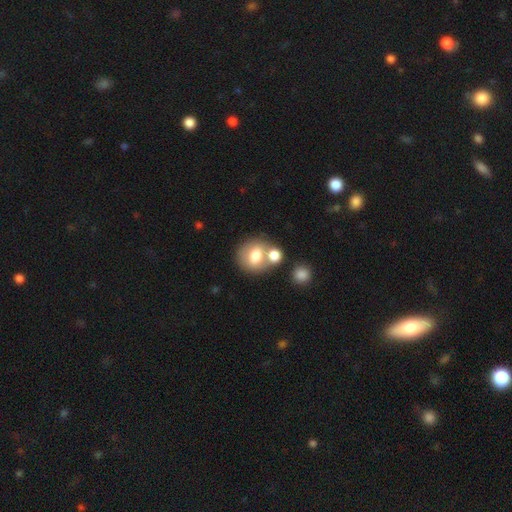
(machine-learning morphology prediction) The model was most divided on "merging": none: 46%, merger: 39%, minor disturbance: 11%, major disturbance: 5%. More confident: smooth or featured — smooth (72%); how rounded — round (71%).